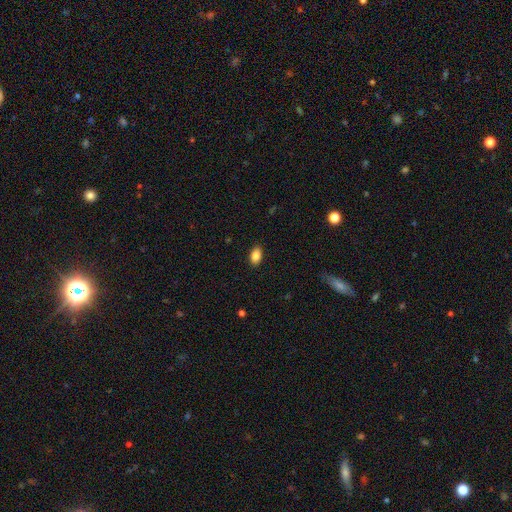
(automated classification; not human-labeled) smooth-or-featured: smooth: 86% | star or artifact: 9% | featured or disk: 5%
  how-rounded: in between: 90% | round: 9% | cigar-shaped: 2%
  merging: none: 89% | minor disturbance: 8% | major disturbance: 2% | merger: 1%